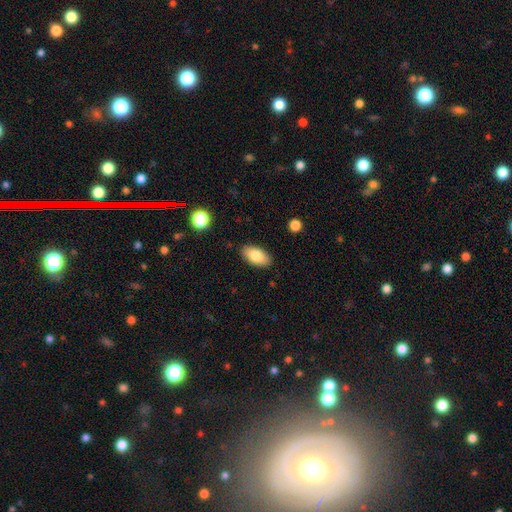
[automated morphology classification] This is clearly a smooth galaxy (82%). How rounded: clearly in between (93%). Merging: clearly none (87%).